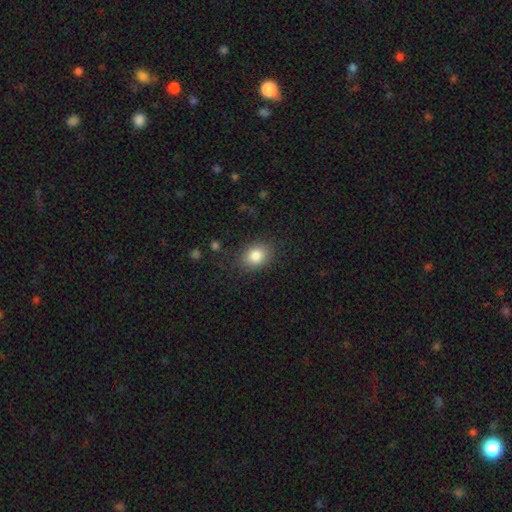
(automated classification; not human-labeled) Smooth or featured?
  - smooth: 84% *
  - star or artifact: 9%
  - featured or disk: 7%
How rounded?
  - in between: 61% *
  - round: 38%
  - cigar-shaped: 1%
Merging?
  - none: 83% *
  - minor disturbance: 12%
  - major disturbance: 4%
  - merger: 1%